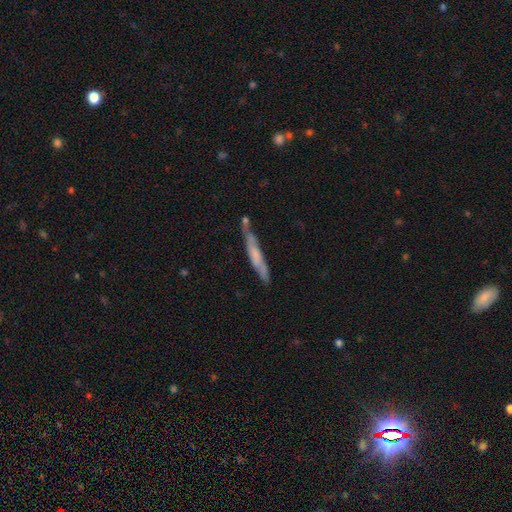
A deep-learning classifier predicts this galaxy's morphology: smooth-or-featured: featured or disk: 50% | smooth: 44% | star or artifact: 6%
  disk-edge-on: yes: 82% | no: 18%
  merging: none: 63% | minor disturbance: 22% | merger: 8% | major disturbance: 6%